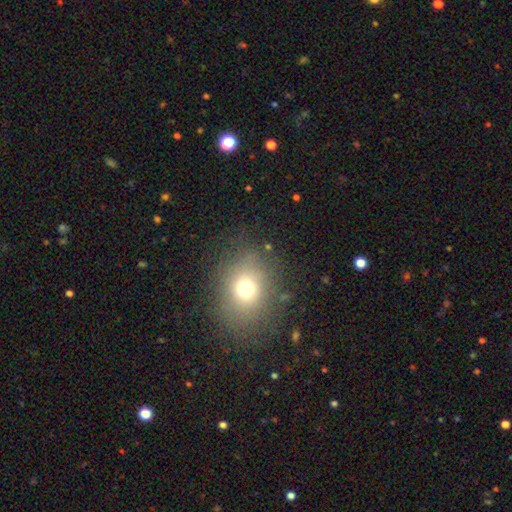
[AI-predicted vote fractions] Smooth or featured: smooth — 67% (star or artifact — 23%)
How rounded: round — 53% (in between — 46%)
Merging: none — 87% (minor disturbance — 8%)